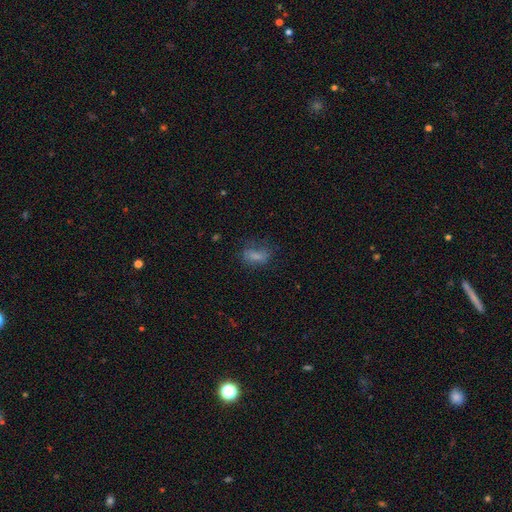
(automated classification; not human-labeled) A smooth galaxy with no disk features (68%) that is in between round and cigar-shaped (82%).

Vote fractions:
- Smooth or featured? smooth: 68% / featured or disk: 17% / star or artifact: 15%
- How rounded? in between: 82% / round: 11% / cigar-shaped: 7%
- Merging? none: 52% / minor disturbance: 25% / major disturbance: 20% / merger: 3%